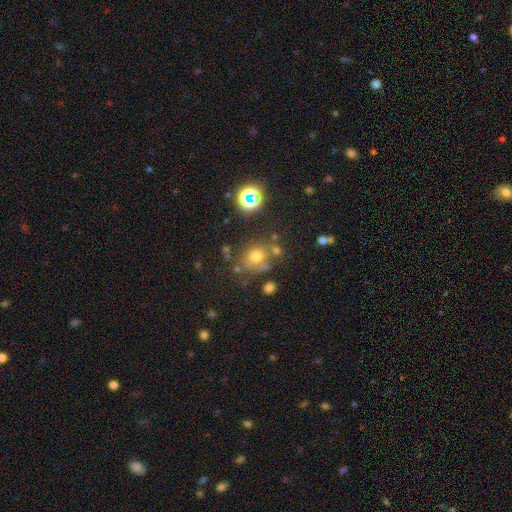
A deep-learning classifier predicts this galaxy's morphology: type=smooth (60%); roundness=round (71%); merging=none (65%).